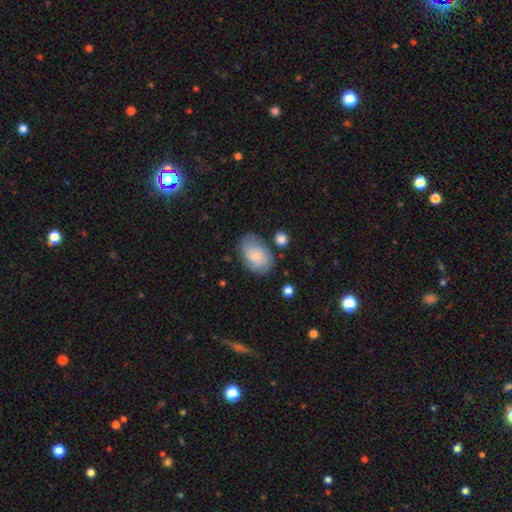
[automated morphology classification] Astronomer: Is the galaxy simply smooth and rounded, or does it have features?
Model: smooth — 58% (runner-up: featured or disk, 35%).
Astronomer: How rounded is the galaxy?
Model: in between — 83%.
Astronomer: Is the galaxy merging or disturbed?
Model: none — 68%.